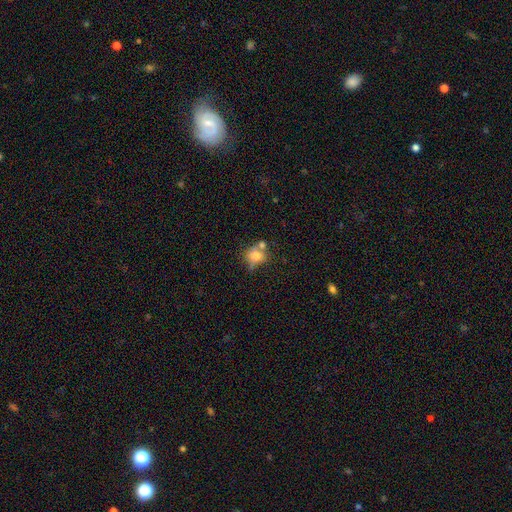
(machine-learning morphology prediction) This appears to be a smooth galaxy with no disk features (67%) that is round (53%). Merging: none (42%).